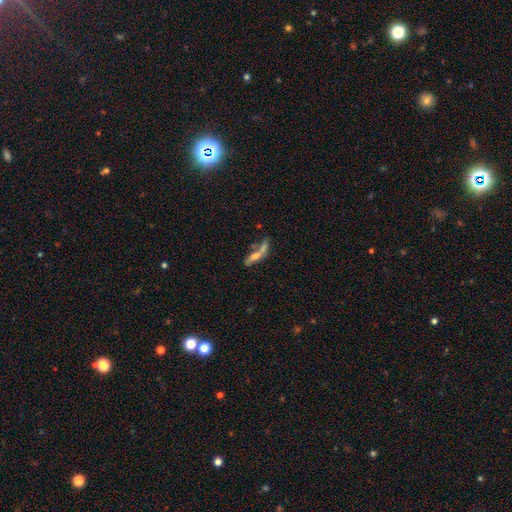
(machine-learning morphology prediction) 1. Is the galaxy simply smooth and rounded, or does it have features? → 46% featured or disk, 40% smooth, 13% star or artifact.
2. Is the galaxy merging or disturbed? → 38% merger, 36% none, 14% minor disturbance, 12% major disturbance.